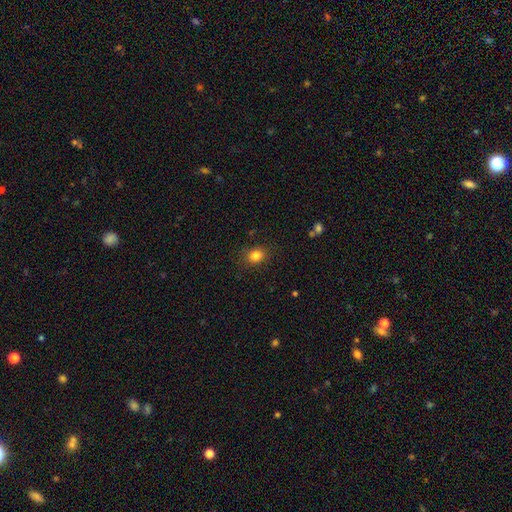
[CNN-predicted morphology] This appears to be a smooth galaxy with no disk features (83%) that is round (53%). Merging: none (85%).